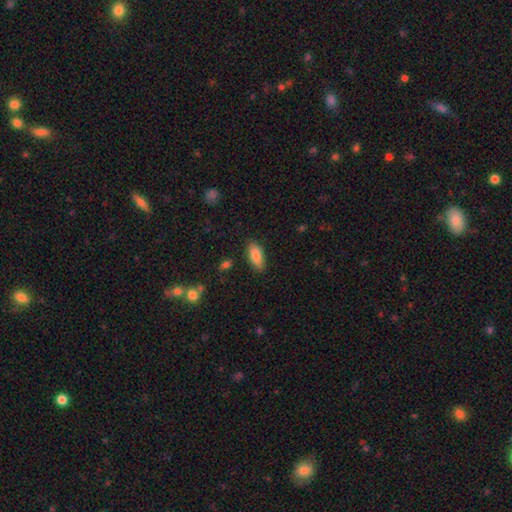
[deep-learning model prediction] Q: Smooth or featured?
A: smooth (84%); runner-up: featured or disk (9%)
Q: How rounded?
A: in between (82%); runner-up: cigar-shaped (16%)
Q: Merging?
A: none (84%); runner-up: minor disturbance (12%)